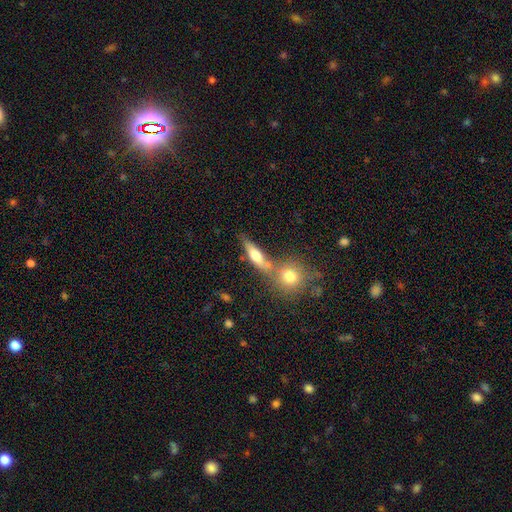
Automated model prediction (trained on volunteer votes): A smooth galaxy with no disk features (60%) that is cigar-shaped (45%).

Vote fractions:
- Smooth or featured? smooth: 60% / featured or disk: 31% / star or artifact: 10%
- How rounded? cigar-shaped: 45% / in between: 44% / round: 11%
- Merging? none: 48% / merger: 35% / minor disturbance: 12% / major disturbance: 6%